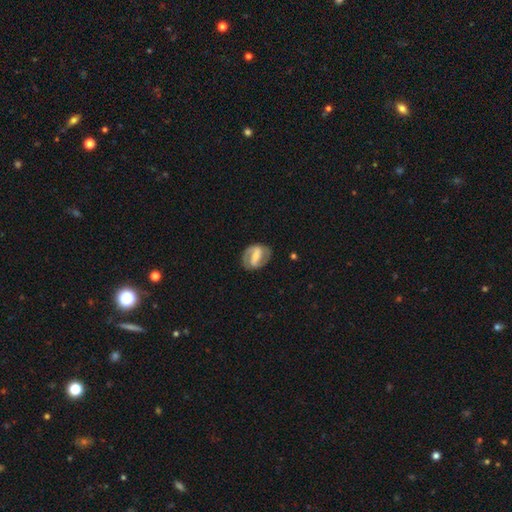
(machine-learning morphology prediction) A featured or disk galaxy (77%) with a strong bar (63%), 2 (85%) medium (45%) spiral arms (84%) and a moderate central bulge (34%). Merging: none (78%).